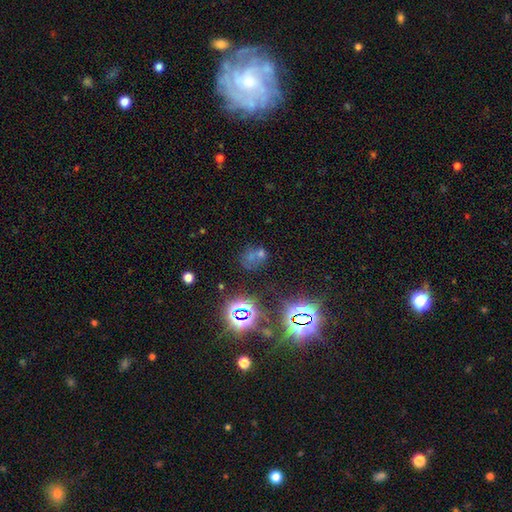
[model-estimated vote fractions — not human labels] A star or artifact, not a galaxy (45%).